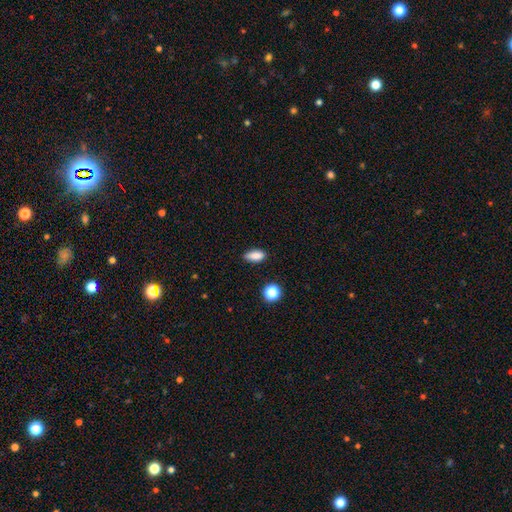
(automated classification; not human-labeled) The model was most divided on "how rounded": in between: 80%, cigar-shaped: 14%, round: 6%. More confident: smooth or featured — smooth (85%); merging — none (81%).